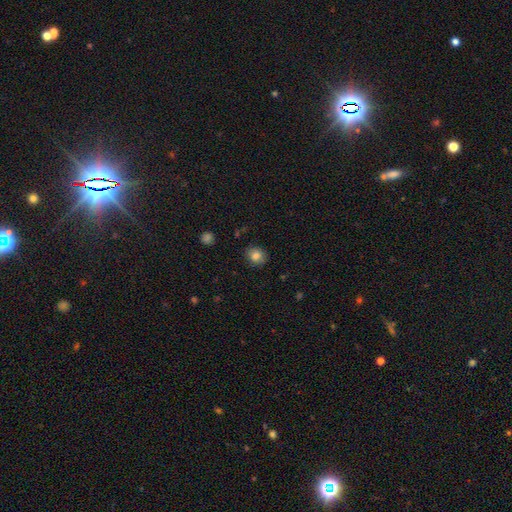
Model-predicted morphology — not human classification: Smooth or featured? smooth (83%)
How rounded? round (76%)
Merging? none (86%)